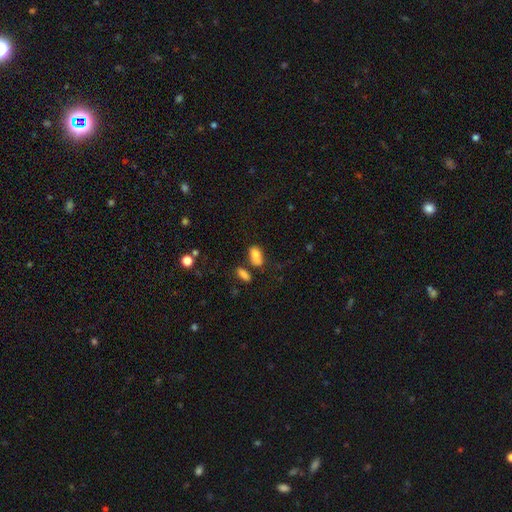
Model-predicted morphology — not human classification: The model was most divided on "merging": none: 53%, merger: 21%, minor disturbance: 20%, major disturbance: 7%. More confident: how rounded — in between (86%); smooth or featured — smooth (81%).